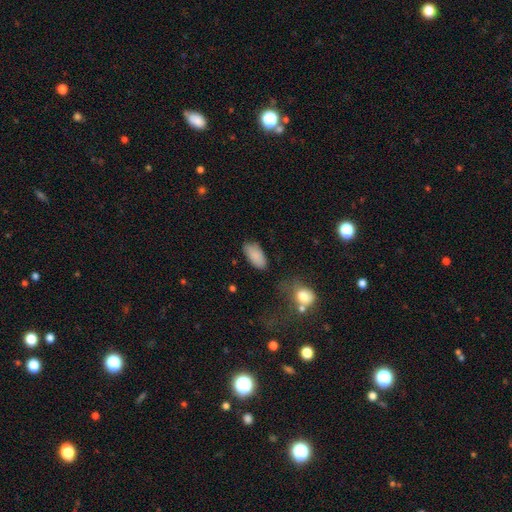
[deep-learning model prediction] Q: Smooth or featured?
A: smooth (87%); runner-up: star or artifact (7%)
Q: How rounded?
A: in between (93%); runner-up: cigar-shaped (4%)
Q: Merging?
A: none (77%); runner-up: minor disturbance (16%)